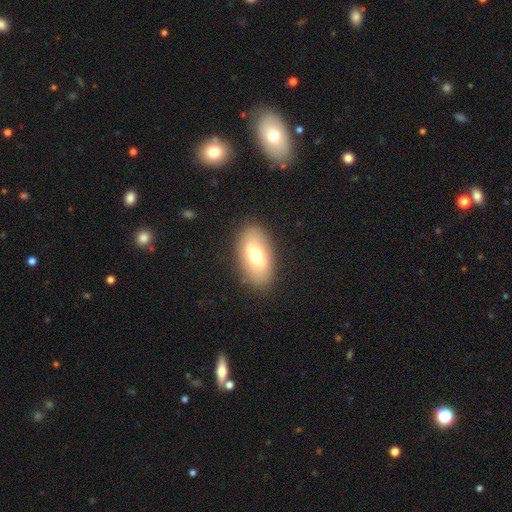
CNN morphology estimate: Smooth or featured? smooth (68%)
How rounded? in between (91%)
Merging? none (86%)